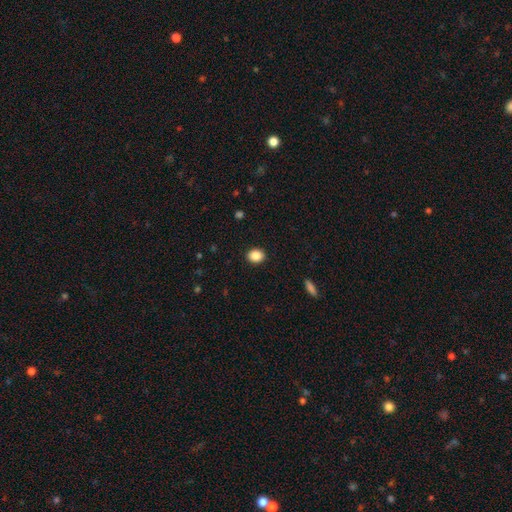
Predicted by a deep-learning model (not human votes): Smooth or featured? smooth (87%)
How rounded? round (50%)
Merging? none (91%)